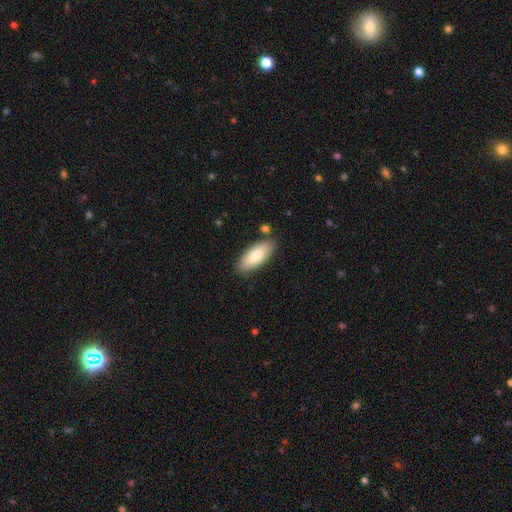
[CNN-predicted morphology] smooth_or_featured: smooth (p=0.77) [alt: featured or disk p=0.17]
how_rounded: in between (p=0.82) [alt: cigar-shaped p=0.16]
merging: none (p=0.84) [alt: minor disturbance p=0.11]